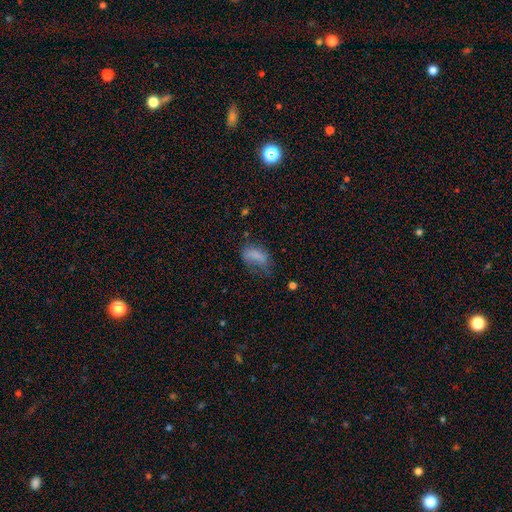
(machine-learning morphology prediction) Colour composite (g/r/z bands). It shows a smooth galaxy with no disk features (71%) that is in between round and cigar-shaped (89%). Merging: major disturbance (36%).